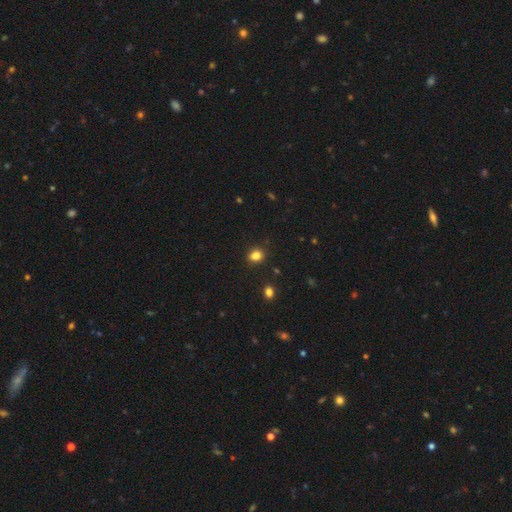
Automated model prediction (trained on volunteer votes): smooth 83%, star or artifact 12%, featured or disk 4%. Down the decision tree: how rounded — in between (50%); merging — none (83%).